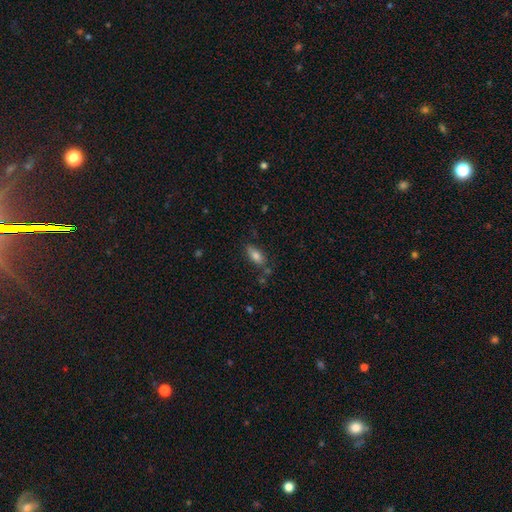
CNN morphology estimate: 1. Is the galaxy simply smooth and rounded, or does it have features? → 80% smooth, 12% featured or disk, 9% star or artifact.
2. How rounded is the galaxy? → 84% in between, 13% cigar-shaped, 3% round.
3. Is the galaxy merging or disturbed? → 69% none, 19% minor disturbance, 7% merger, 5% major disturbance.